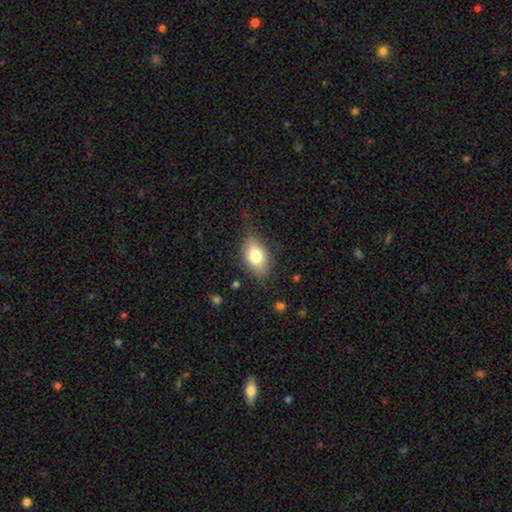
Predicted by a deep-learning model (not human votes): smooth 77%, featured or disk 15%, star or artifact 8%. Down the decision tree: how rounded — in between (88%); merging — none (71%).